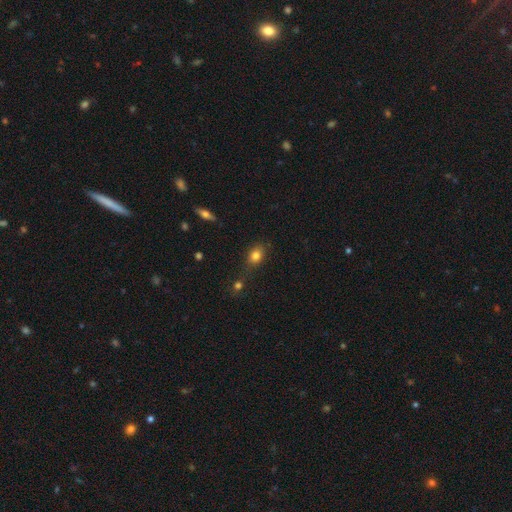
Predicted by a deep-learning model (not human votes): smooth 80%, star or artifact 11%, featured or disk 9%. Down the decision tree: how rounded — in between (61%); merging — none (68%).